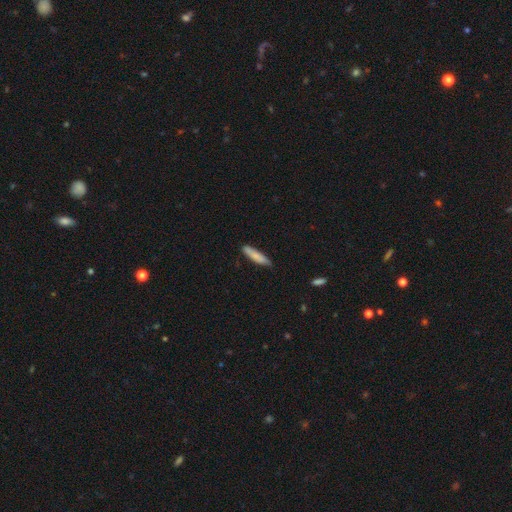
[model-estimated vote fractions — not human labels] A smooth galaxy with no disk features (80%) that is cigar-shaped (81%).

Vote fractions:
- Smooth or featured? smooth: 80% / featured or disk: 14% / star or artifact: 6%
- How rounded? cigar-shaped: 81% / in between: 18% / round: 1%
- Merging? none: 80% / minor disturbance: 16% / major disturbance: 2% / merger: 2%